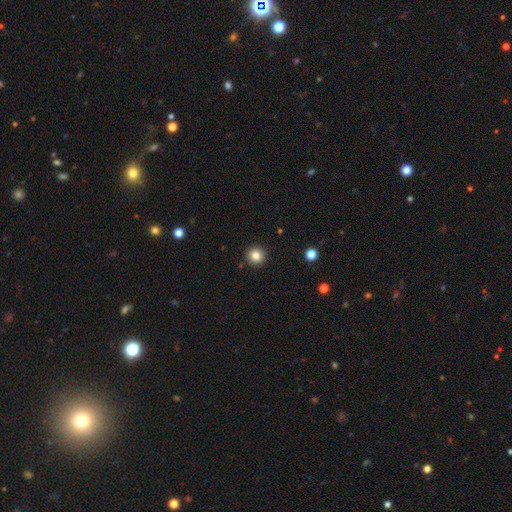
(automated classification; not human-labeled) A smooth galaxy with no disk features (83%) that is round (95%).

Vote fractions:
- Smooth or featured? smooth: 83% / star or artifact: 11% / featured or disk: 5%
- How rounded? round: 95% / in between: 4% / cigar-shaped: 1%
- Merging? none: 92% / minor disturbance: 5% / major disturbance: 2% / merger: 1%